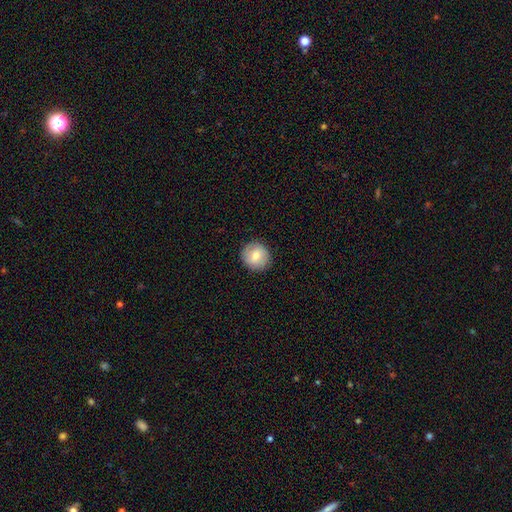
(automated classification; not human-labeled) Overall: smooth (71%). How rounded: round (92%). Merging: none (89%).